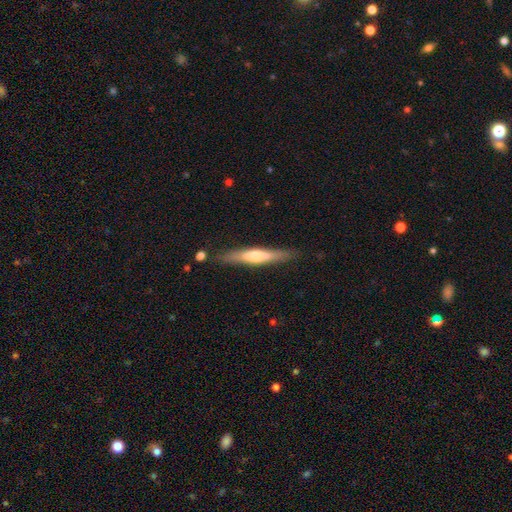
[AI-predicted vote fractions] A featured or disk galaxy (50%) viewed edge-on (91%).

Vote fractions:
- Smooth or featured? featured or disk: 50% / smooth: 44% / star or artifact: 6%
- Edge-on disk? yes: 91% / no: 9%
- Merging? none: 84% / minor disturbance: 11% / major disturbance: 2% / merger: 2%